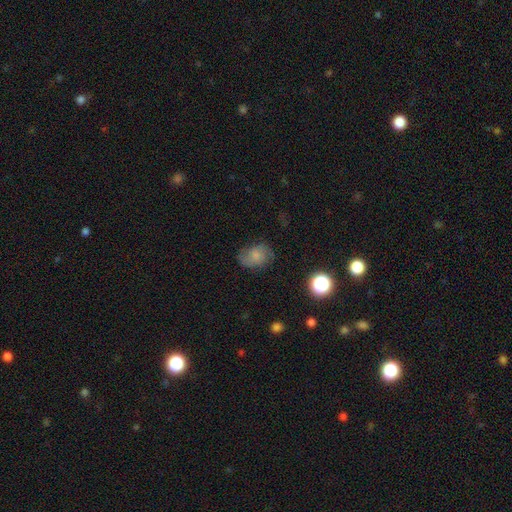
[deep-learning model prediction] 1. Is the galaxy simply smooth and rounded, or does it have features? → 61% smooth, 28% featured or disk, 12% star or artifact.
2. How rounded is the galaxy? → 68% in between, 31% round, 1% cigar-shaped.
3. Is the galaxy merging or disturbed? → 63% none, 25% minor disturbance, 10% major disturbance, 2% merger.